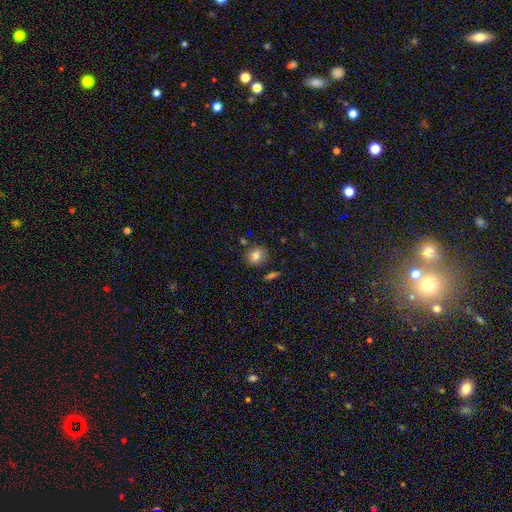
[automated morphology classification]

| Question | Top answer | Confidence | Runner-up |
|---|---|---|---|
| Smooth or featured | smooth | 81% | star or artifact (10%) |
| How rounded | round | 64% | in between (35%) |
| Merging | none | 79% | minor disturbance (13%) |